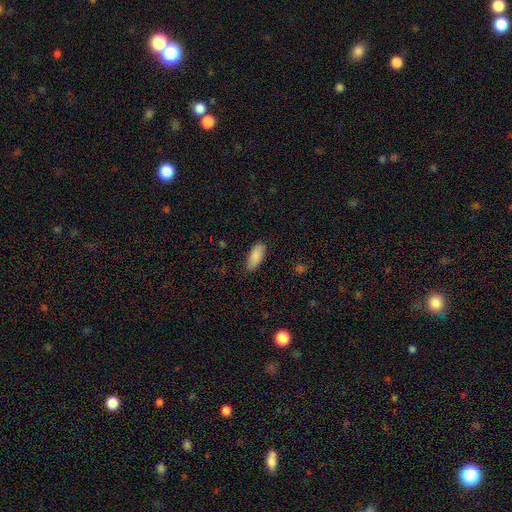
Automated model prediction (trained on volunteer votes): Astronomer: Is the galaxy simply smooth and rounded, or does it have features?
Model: smooth — 88%.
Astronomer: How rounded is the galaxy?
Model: in between — 82%.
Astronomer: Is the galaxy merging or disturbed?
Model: none — 85%.